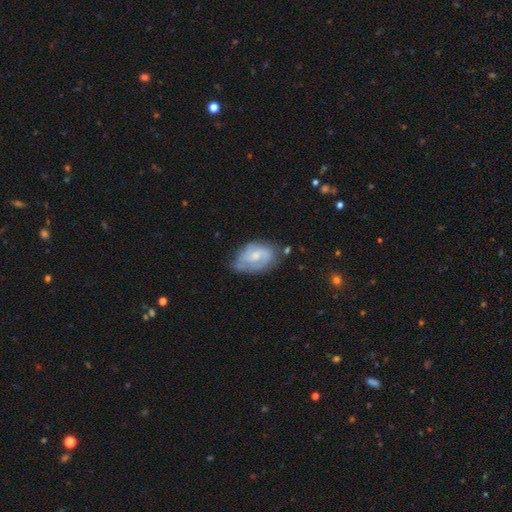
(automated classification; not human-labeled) This is likely a featured or disk galaxy (64%). It is clearly not viewed edge-on (96%). Bar: possibly no (48%). Spiral arm pattern: clearly yes (83%). Spiral arm count: possibly 2 (57%). Spiral winding: marginally medium (43%). Central bulge: possibly small (50%). Merging: possibly none (52%).